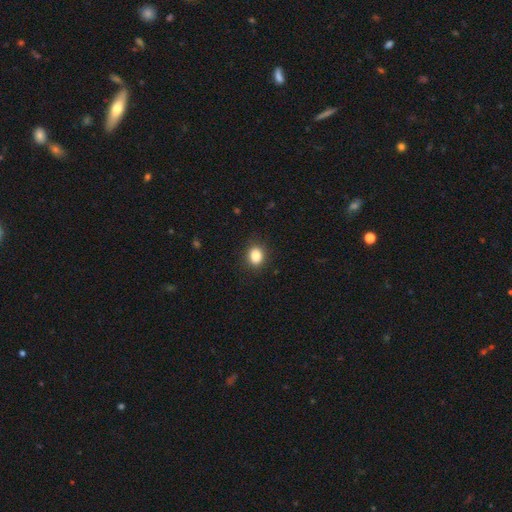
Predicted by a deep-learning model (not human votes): smooth-or-featured: smooth: 86% | star or artifact: 10% | featured or disk: 4%
  how-rounded: in between: 52% | round: 47% | cigar-shaped: 1%
  merging: none: 87% | minor disturbance: 9% | major disturbance: 3% | merger: 1%